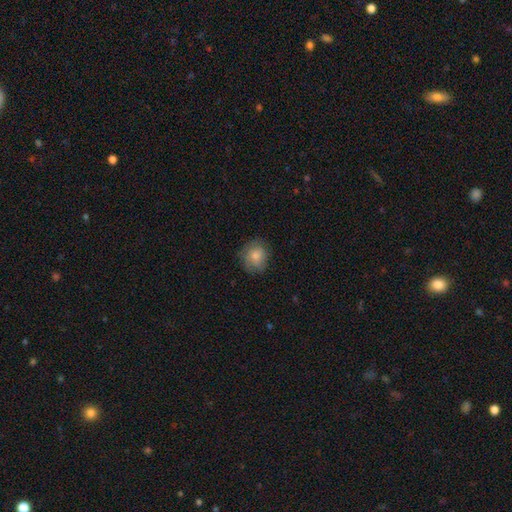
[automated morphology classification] Smooth or featured? Predicted: smooth (p=0.81). How rounded? Predicted: round (p=0.78). Merging? Predicted: none (p=0.76).